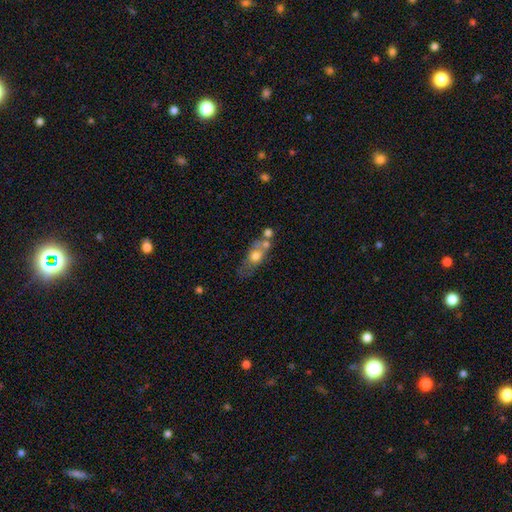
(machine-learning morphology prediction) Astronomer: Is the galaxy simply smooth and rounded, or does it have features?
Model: smooth — 58%.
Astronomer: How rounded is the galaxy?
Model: in between — 68%.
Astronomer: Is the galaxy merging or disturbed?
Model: none — 40% (runner-up: merger, 31%).